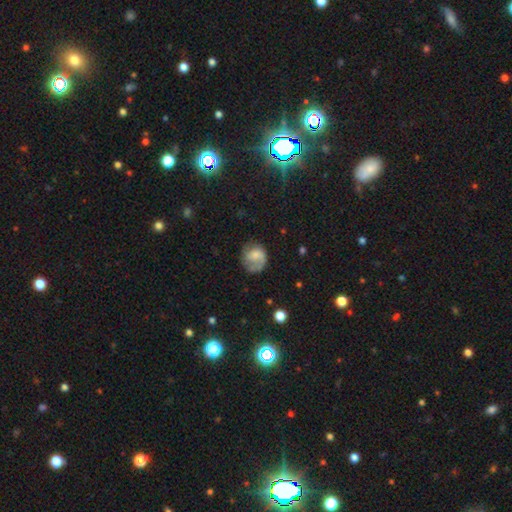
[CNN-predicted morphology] smooth 58%, featured or disk 34%, star or artifact 9%. Down the decision tree: how rounded — round (76%); merging — none (53%).